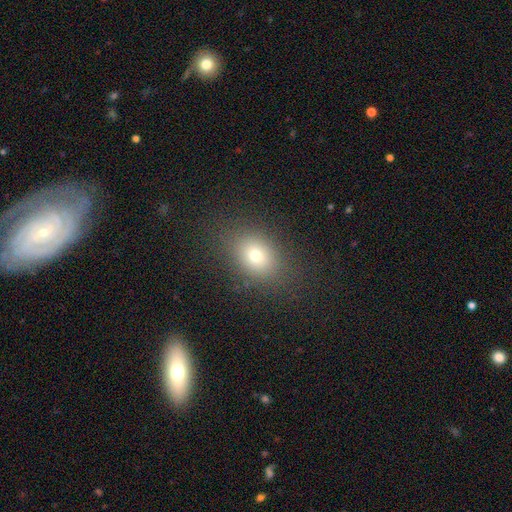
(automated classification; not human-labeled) smooth 73%, star or artifact 15%, featured or disk 12%. Down the decision tree: how rounded — in between (63%); merging — none (84%).